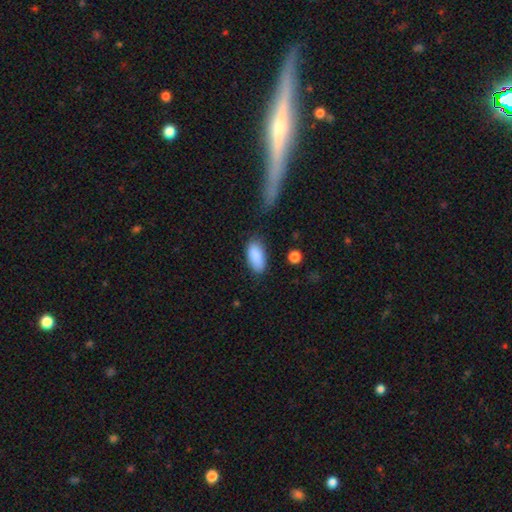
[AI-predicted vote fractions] smooth-or-featured: smooth: 89% | star or artifact: 6% | featured or disk: 5%
  how-rounded: in between: 90% | cigar-shaped: 7% | round: 2%
  merging: none: 75% | minor disturbance: 17% | major disturbance: 5% | merger: 3%